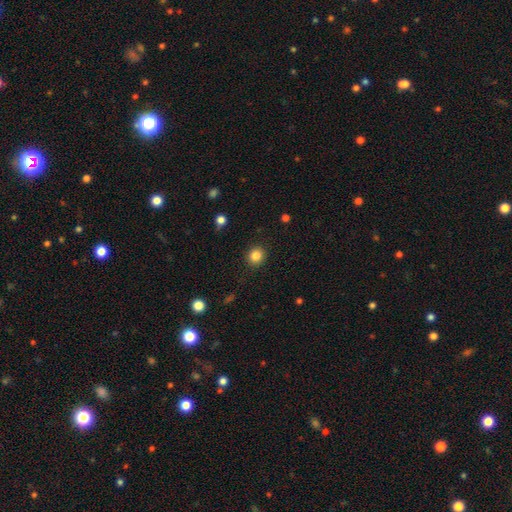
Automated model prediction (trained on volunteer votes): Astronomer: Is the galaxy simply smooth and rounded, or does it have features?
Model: smooth — 85%.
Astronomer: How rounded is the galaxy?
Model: round — 85%.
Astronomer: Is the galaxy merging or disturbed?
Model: none — 89%.